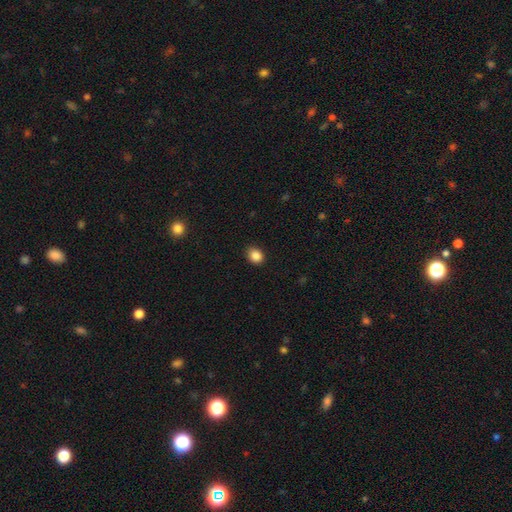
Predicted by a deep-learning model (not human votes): smooth 87%, star or artifact 10%, featured or disk 3%. Down the decision tree: how rounded — round (63%); merging — none (86%).